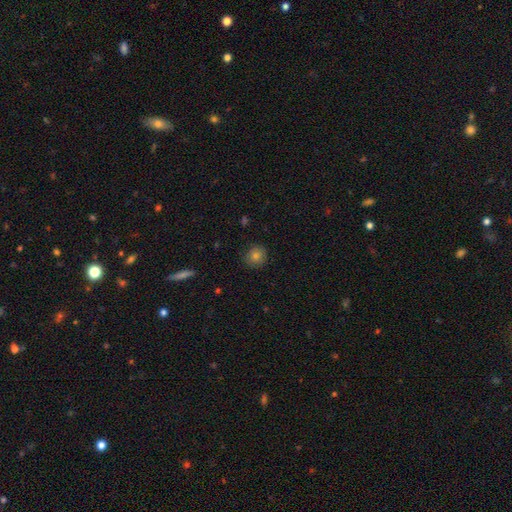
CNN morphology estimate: A smooth galaxy with no disk features (77%) that is round (90%).

Vote fractions:
- Smooth or featured? smooth: 77% / star or artifact: 13% / featured or disk: 10%
- How rounded? round: 90% / in between: 9% / cigar-shaped: 1%
- Merging? none: 86% / minor disturbance: 10% / major disturbance: 2% / merger: 1%